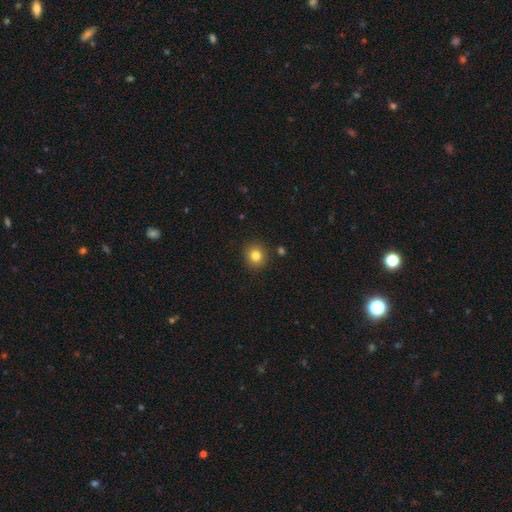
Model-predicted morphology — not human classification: Overall: smooth (82%). How rounded: round (86%). Merging: none (89%).